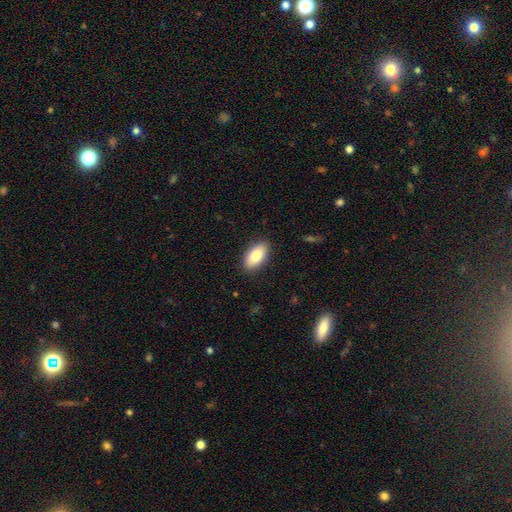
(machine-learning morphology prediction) This appears to be a smooth galaxy with no disk features (84%) that is in between round and cigar-shaped (92%). Merging: none (88%).